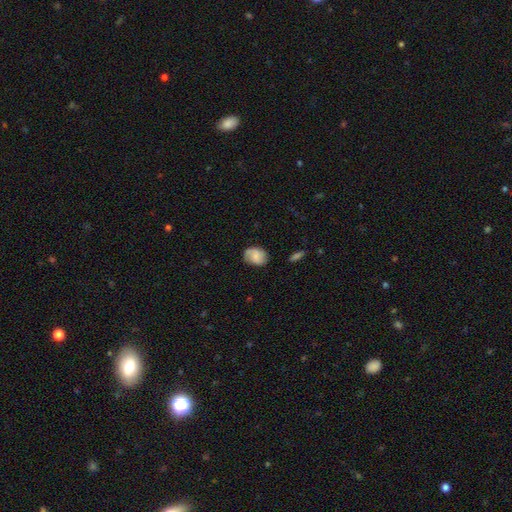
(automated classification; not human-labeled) Smooth or featured? smooth (56%)
How rounded? in between (58%)
Merging? none (69%)